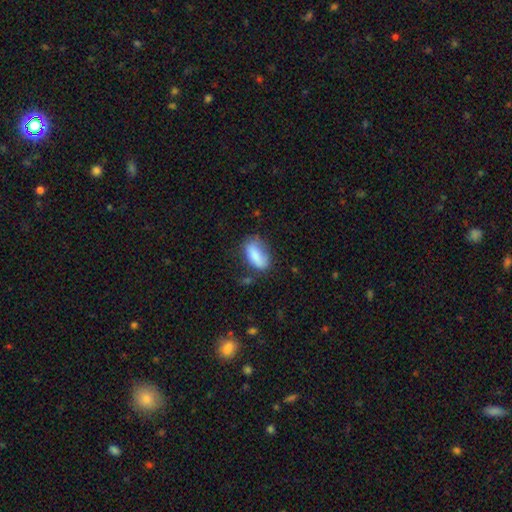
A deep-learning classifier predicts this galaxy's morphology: Smooth or featured? smooth (80%)
How rounded? in between (89%)
Merging? none (53%)